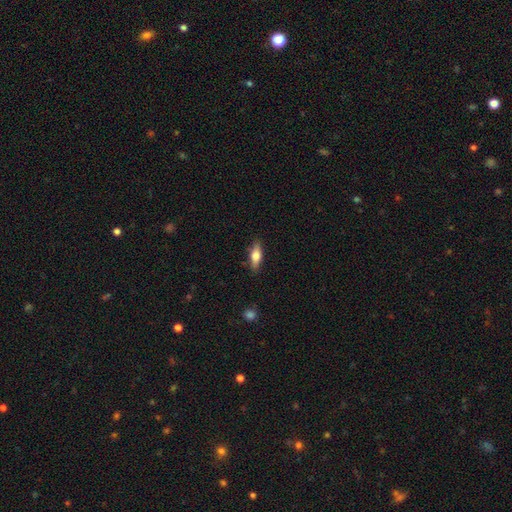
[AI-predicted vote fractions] Smooth or featured?
  - smooth: 67% *
  - featured or disk: 27%
  - star or artifact: 6%
How rounded?
  - in between: 63% *
  - cigar-shaped: 34%
  - round: 3%
Merging?
  - none: 85% *
  - minor disturbance: 11%
  - major disturbance: 2%
  - merger: 1%